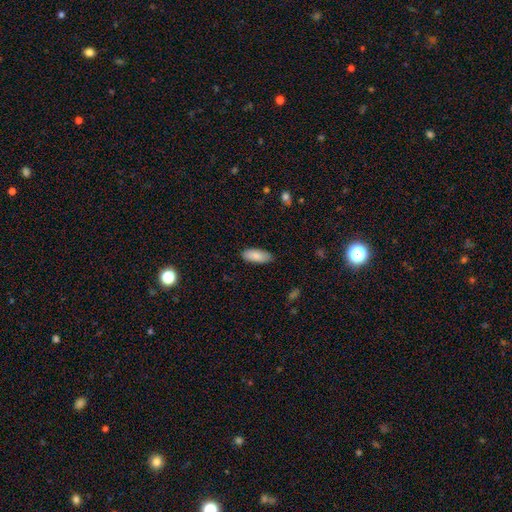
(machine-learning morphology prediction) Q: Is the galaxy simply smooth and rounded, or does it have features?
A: smooth — 87%.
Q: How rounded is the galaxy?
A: in between — 84%.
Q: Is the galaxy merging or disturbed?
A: none — 86%.